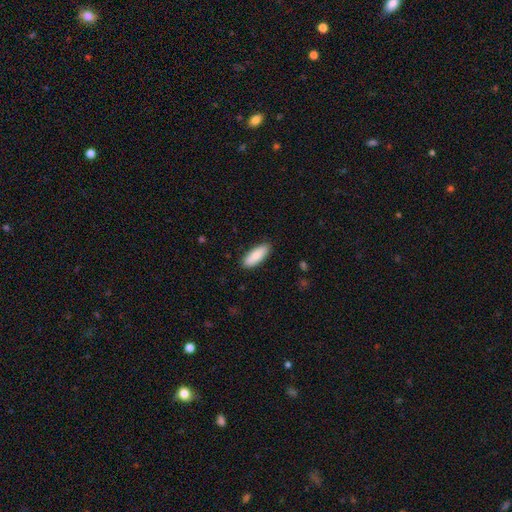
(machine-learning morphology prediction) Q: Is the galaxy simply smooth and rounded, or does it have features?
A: smooth — 87%.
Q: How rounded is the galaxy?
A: in between — 74%.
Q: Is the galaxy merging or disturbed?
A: none — 88%.